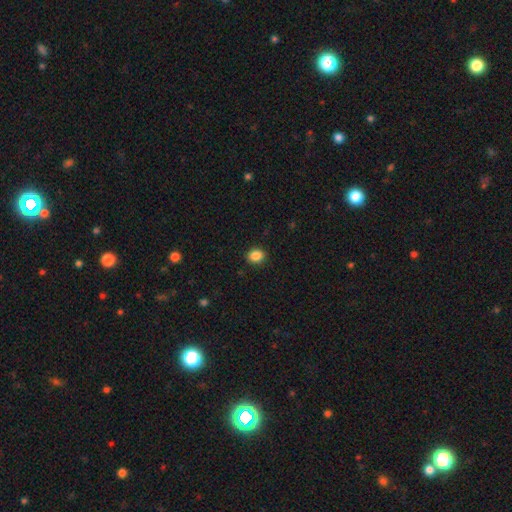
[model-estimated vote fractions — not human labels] Morphology: type=smooth (87%); roundness=round (64%); merging=none (91%).